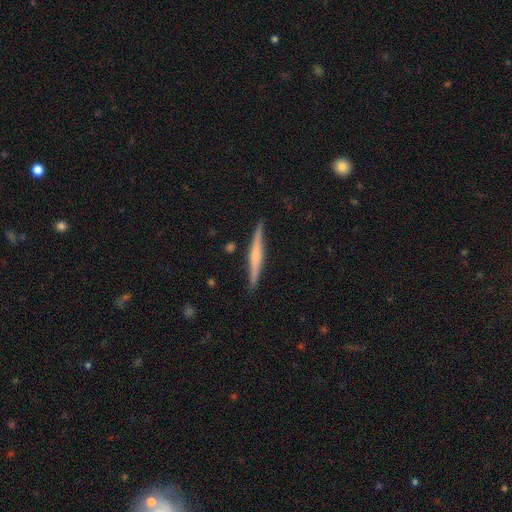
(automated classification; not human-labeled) Smooth or featured? featured or disk (59%)
Edge-on disk? yes (98%)
Edge-on bulge? rounded (42%)
Merging? none (88%)